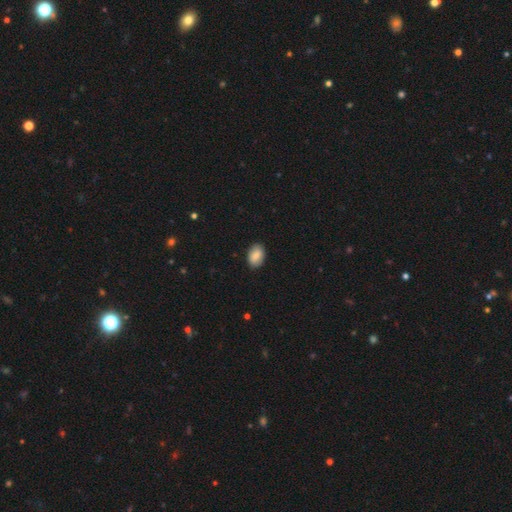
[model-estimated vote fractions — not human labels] smooth 86%, featured or disk 7%, star or artifact 7%. Down the decision tree: how rounded — in between (88%); merging — none (89%).